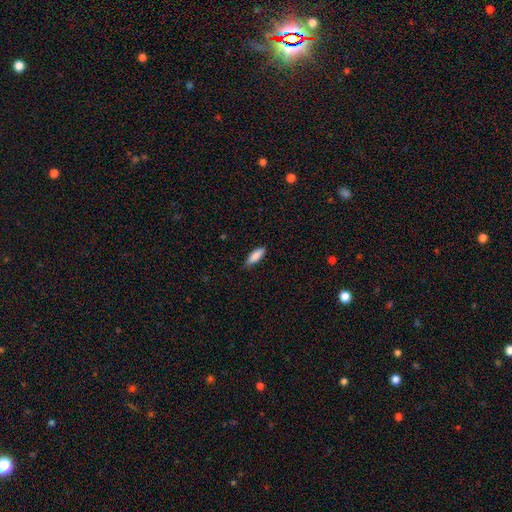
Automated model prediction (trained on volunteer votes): Smooth or featured?
  - smooth: 87% *
  - featured or disk: 6%
  - star or artifact: 6%
How rounded?
  - in between: 63% *
  - cigar-shaped: 35%
  - round: 2%
Merging?
  - none: 81% *
  - minor disturbance: 15%
  - major disturbance: 2%
  - merger: 1%